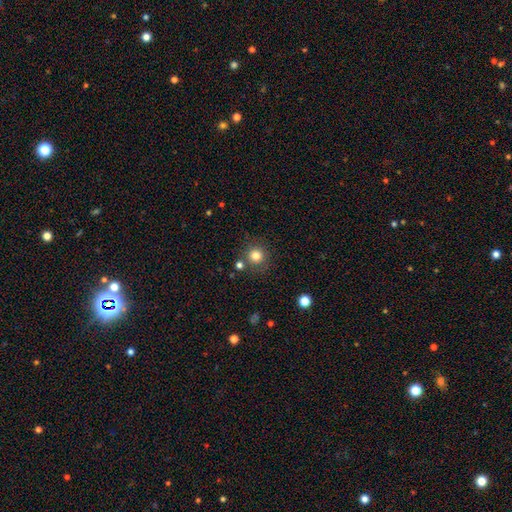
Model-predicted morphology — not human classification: smooth 81%, star or artifact 12%, featured or disk 7%. Down the decision tree: how rounded — round (93%); merging — none (80%).